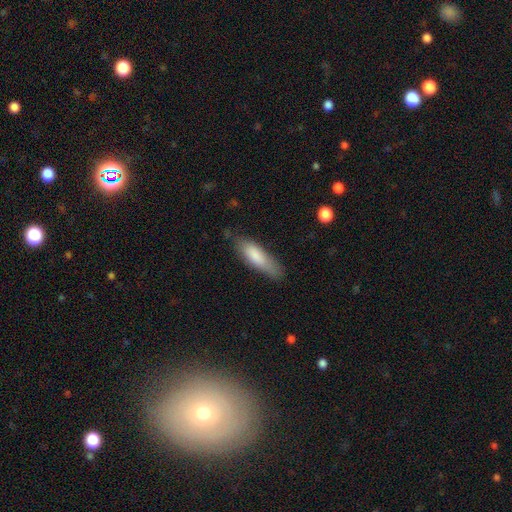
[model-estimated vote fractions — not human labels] Overall: smooth (82%). How rounded: cigar-shaped (55%; in between 43%). Merging: none (73%).